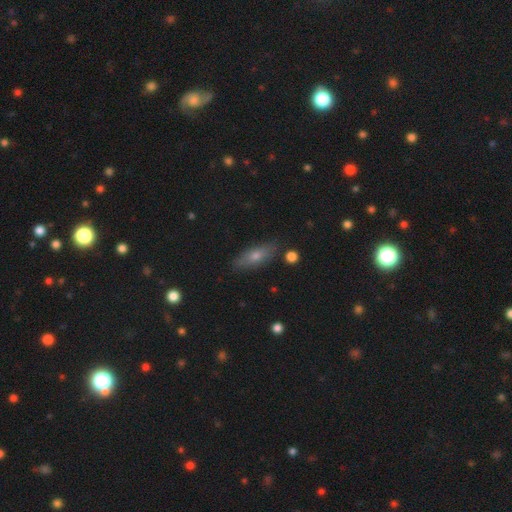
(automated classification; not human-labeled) smooth_or_featured: smooth (p=0.56) [alt: featured or disk p=0.33]
how_rounded: in between (p=0.54) [alt: cigar-shaped p=0.41]
merging: none (p=0.85) [alt: minor disturbance p=0.10]